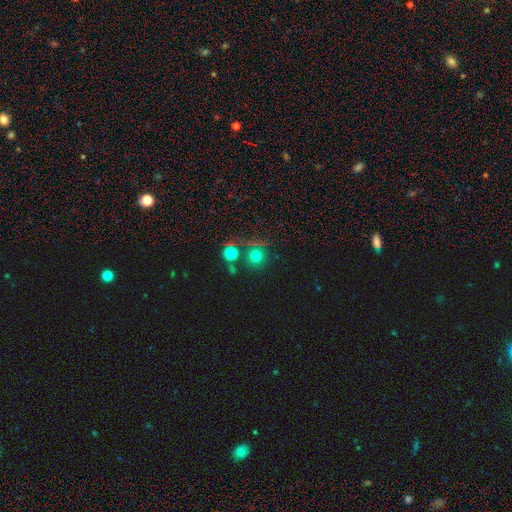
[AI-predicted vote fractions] Morphology: type=smooth (67%); roundness=round (93%); merging=none (72%).